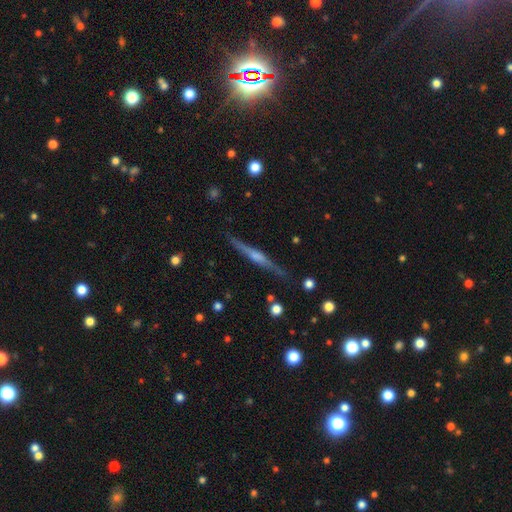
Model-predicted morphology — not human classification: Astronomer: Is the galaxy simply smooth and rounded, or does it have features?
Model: featured or disk — 74%.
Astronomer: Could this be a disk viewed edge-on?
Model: yes — 98%.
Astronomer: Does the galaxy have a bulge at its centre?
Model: rounded — 60%.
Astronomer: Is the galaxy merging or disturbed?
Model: none — 86%.